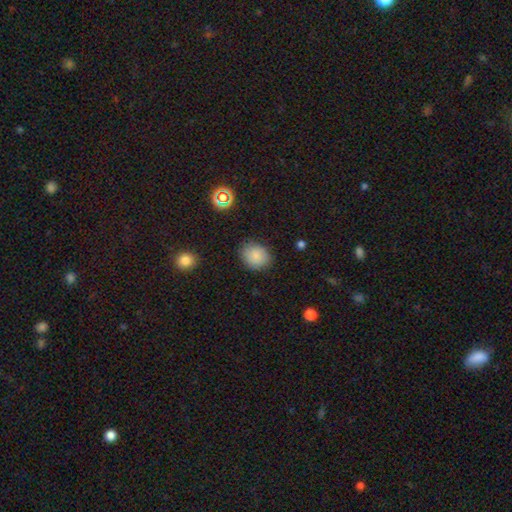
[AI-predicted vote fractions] Morphology: type=smooth (83%); roundness=round (60%); merging=none (83%).